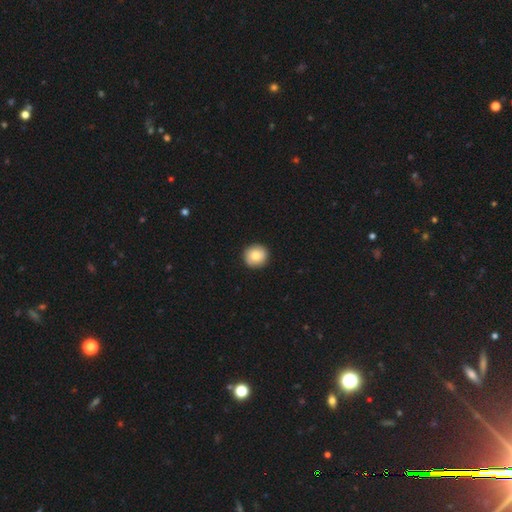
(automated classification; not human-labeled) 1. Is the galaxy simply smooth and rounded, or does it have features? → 84% smooth, 9% featured or disk, 8% star or artifact.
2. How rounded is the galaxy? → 94% round, 5% in between, 1% cigar-shaped.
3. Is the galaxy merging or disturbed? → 92% none, 6% minor disturbance, 1% major disturbance, 1% merger.